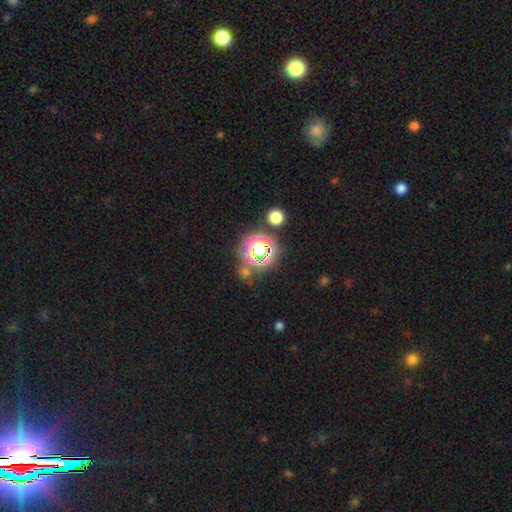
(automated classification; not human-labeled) Smooth or featured? Predicted: star or artifact (p=0.70).